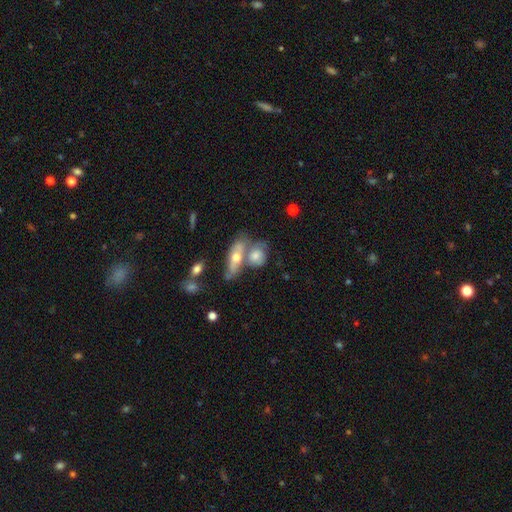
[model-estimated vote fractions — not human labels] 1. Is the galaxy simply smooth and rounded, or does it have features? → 61% smooth, 31% featured or disk, 8% star or artifact.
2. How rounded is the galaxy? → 51% in between, 40% round, 9% cigar-shaped.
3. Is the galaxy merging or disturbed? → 50% merger, 31% none, 13% minor disturbance, 7% major disturbance.